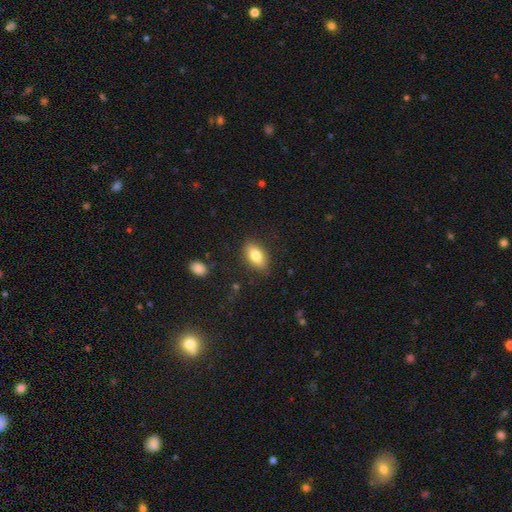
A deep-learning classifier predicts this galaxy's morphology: The model was most divided on "smooth or featured": smooth: 80%, featured or disk: 12%, star or artifact: 7%. More confident: how rounded — in between (90%); merging — none (86%).